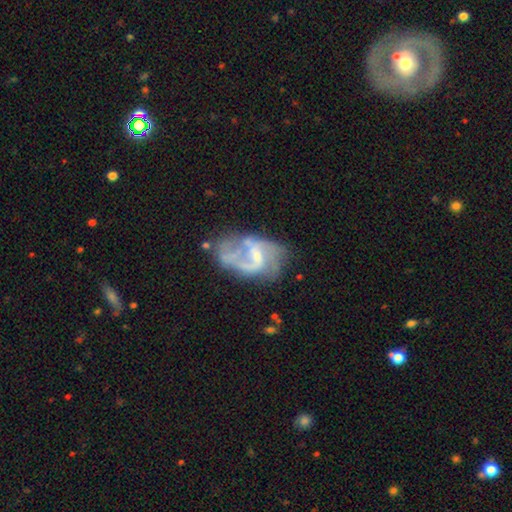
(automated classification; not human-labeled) Q: Smooth or featured?
A: featured or disk (79%); runner-up: smooth (14%)
Q: Edge-on disk?
A: no (97%); runner-up: yes (3%)
Q: Bar?
A: weak (53%); runner-up: no (33%)
Q: Spiral arms?
A: yes (79%); runner-up: no (21%)
Q: Spiral winding?
A: loose (46%); runner-up: medium (41%)
Q: Spiral arm count?
A: 2 (59%); runner-up: can't tell (19%)
Q: Bulge size?
A: small (55%); runner-up: moderate (25%)
Q: Merging?
A: none (41%); runner-up: major disturbance (28%)